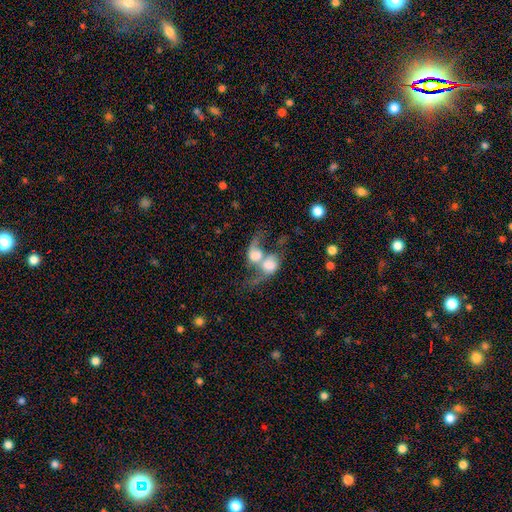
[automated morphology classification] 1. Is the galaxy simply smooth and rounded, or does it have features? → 46% smooth, 45% featured or disk, 10% star or artifact.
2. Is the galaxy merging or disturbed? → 80% merger, 10% major disturbance, 7% none, 4% minor disturbance.